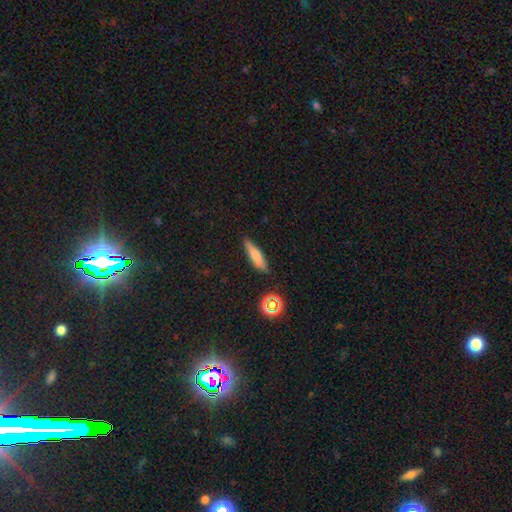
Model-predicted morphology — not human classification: Smooth or featured? smooth (68%)
How rounded? cigar-shaped (74%)
Merging? none (83%)